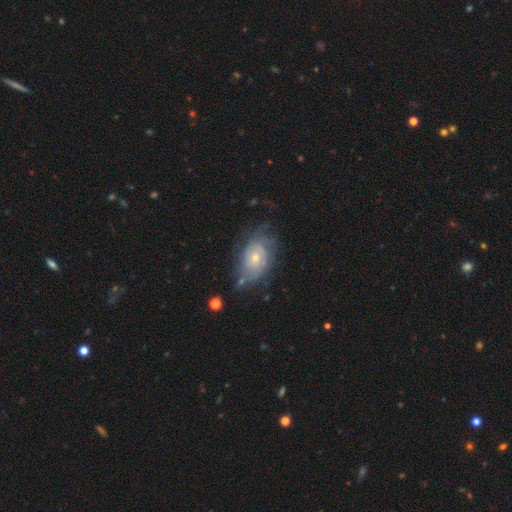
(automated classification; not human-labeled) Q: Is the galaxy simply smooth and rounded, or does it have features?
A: featured or disk — 61%.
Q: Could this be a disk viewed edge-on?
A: no — 94%.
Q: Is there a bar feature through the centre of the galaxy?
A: no — 76%.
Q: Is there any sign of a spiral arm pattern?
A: yes — 83%.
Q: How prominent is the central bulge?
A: small — 58%.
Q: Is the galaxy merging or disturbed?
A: none — 67%.